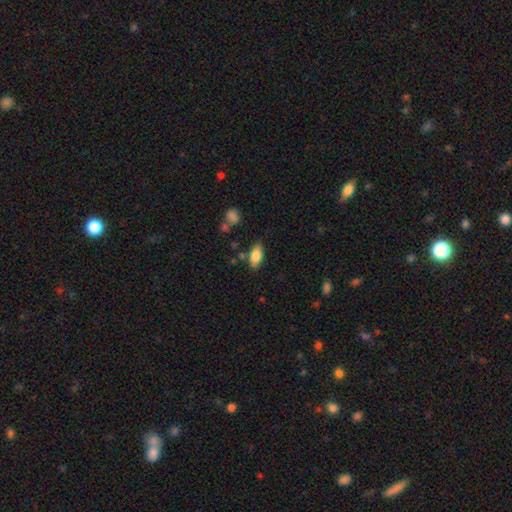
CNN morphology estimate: smooth_or_featured: smooth (p=0.82) [alt: featured or disk p=0.11]
how_rounded: in between (p=0.90) [alt: cigar-shaped p=0.07]
merging: none (p=0.79) [alt: minor disturbance p=0.14]